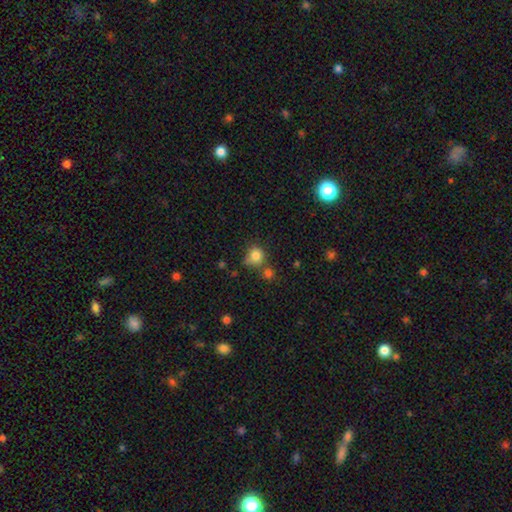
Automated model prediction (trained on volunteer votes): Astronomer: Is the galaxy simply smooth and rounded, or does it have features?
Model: smooth — 80%.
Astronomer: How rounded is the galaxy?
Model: round — 81%.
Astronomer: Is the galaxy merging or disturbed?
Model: none — 55%.